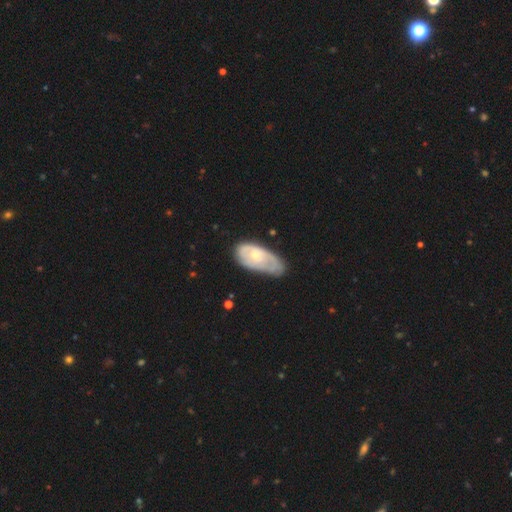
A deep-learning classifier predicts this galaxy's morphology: type=featured or disk (53%); edge-on=no (92%); merging=none (40%).